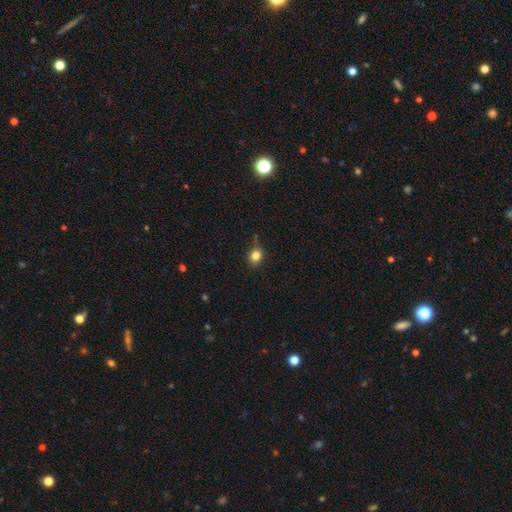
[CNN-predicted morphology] Overall: smooth (83%). How rounded: round (64%; in between 35%). Merging: none (79%).